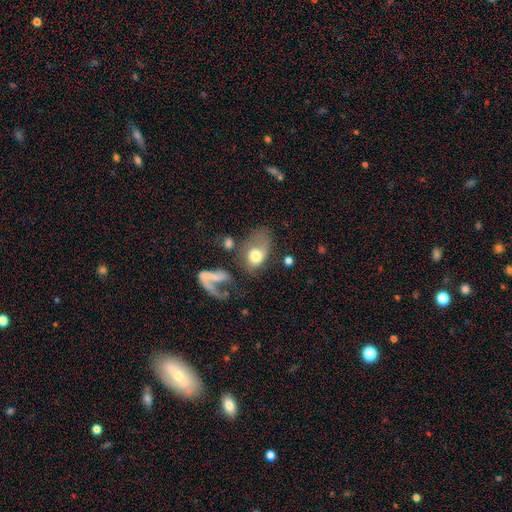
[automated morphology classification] Overall: smooth (62%; featured or disk 29%). How rounded: in between (72%). Merging: major disturbance (40%; none 25%).